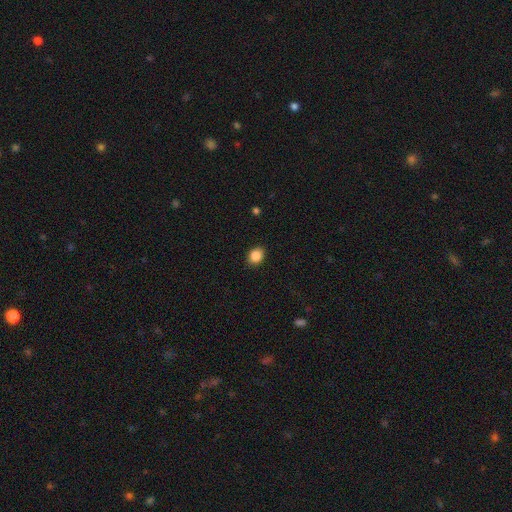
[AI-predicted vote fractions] Q: Smooth or featured?
A: smooth (87%); runner-up: star or artifact (9%)
Q: How rounded?
A: in between (56%); runner-up: round (43%)
Q: Merging?
A: none (89%); runner-up: minor disturbance (8%)